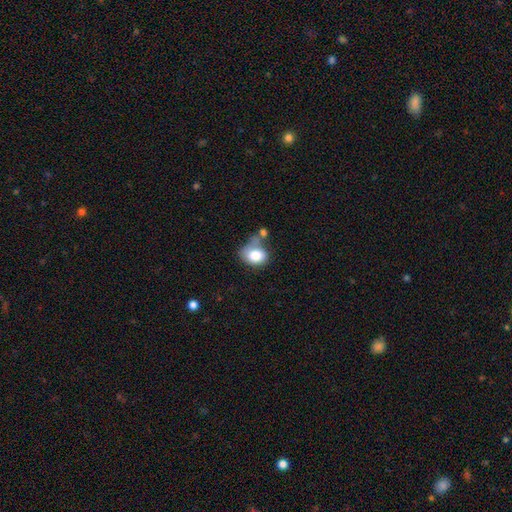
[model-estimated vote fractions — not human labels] Q: Smooth or featured?
A: smooth (79%); runner-up: featured or disk (13%)
Q: How rounded?
A: in between (59%); runner-up: round (40%)
Q: Merging?
A: none (31%); runner-up: merger (28%)